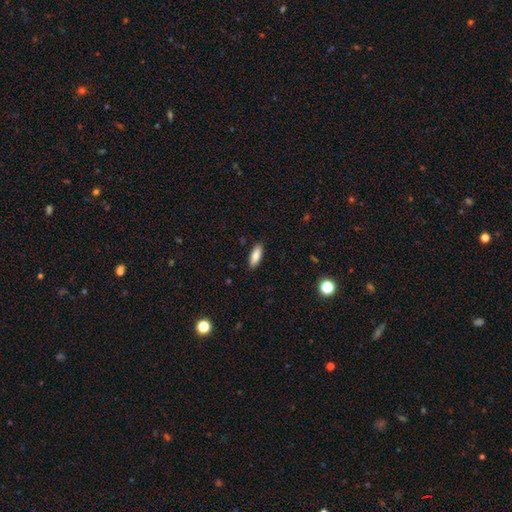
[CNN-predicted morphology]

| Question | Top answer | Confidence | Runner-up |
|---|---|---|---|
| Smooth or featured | smooth | 84% | featured or disk (10%) |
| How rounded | in between | 64% | cigar-shaped (35%) |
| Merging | none | 88% | minor disturbance (9%) |